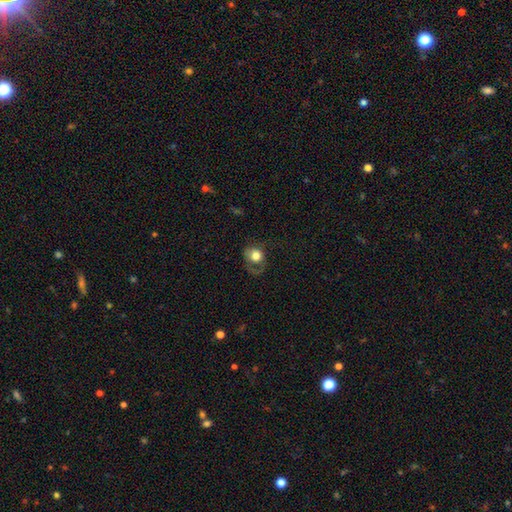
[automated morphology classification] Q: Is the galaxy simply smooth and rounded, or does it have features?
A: smooth — 68%.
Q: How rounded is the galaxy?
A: round — 65%.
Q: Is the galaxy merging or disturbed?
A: none — 42%.